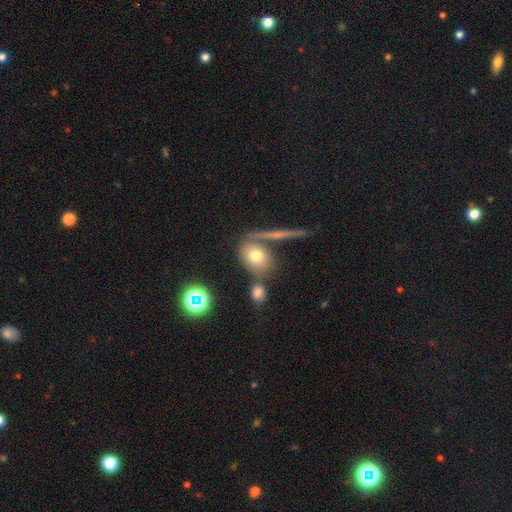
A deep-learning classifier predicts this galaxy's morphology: This appears to be a smooth galaxy with no disk features (70%) that is in between round and cigar-shaped (50%). Merging: none (59%).